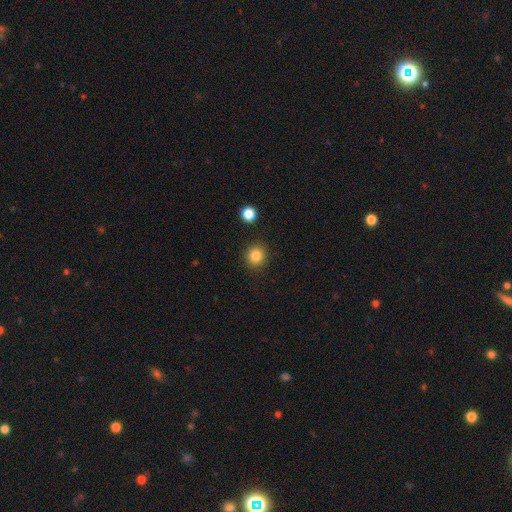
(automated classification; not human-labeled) Smooth or featured: smooth — 84% (star or artifact — 11%)
How rounded: round — 89% (in between — 10%)
Merging: none — 90% (minor disturbance — 6%)